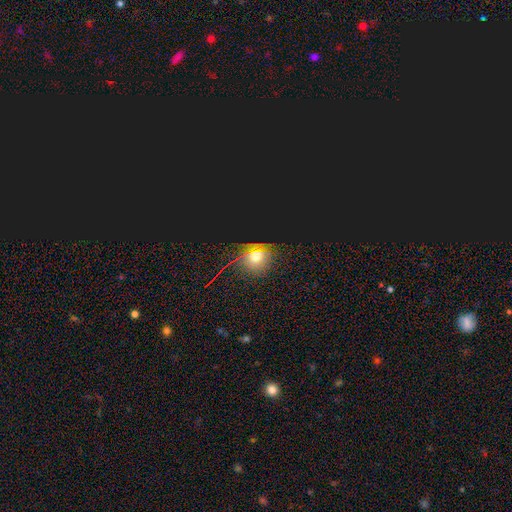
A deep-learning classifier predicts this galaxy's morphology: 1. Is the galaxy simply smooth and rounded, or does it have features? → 45% smooth (tied), 45% star or artifact (tied), 10% featured or disk.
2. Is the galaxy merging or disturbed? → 82% none, 10% minor disturbance, 5% major disturbance, 3% merger.